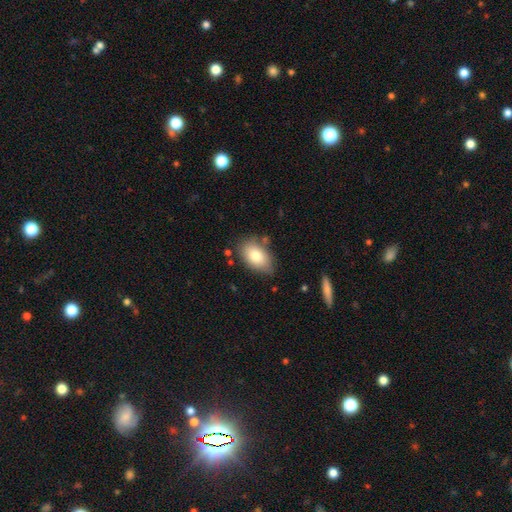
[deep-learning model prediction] Smooth or featured: smooth — 81% (featured or disk — 12%)
How rounded: in between — 91% (round — 7%)
Merging: none — 74% (minor disturbance — 18%)